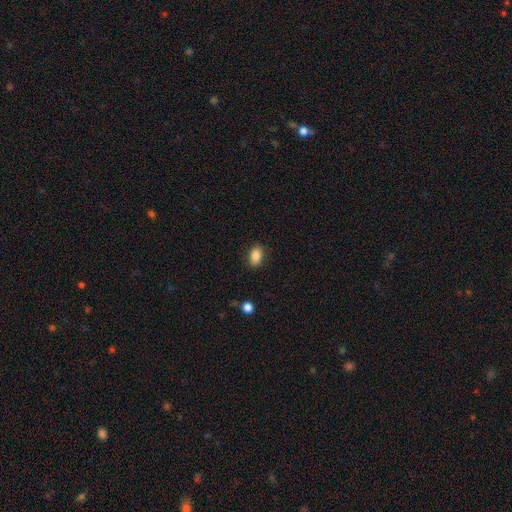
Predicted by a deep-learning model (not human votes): Smooth or featured? Predicted: smooth (p=0.86). How rounded? Predicted: in between (p=0.83). Merging? Predicted: none (p=0.85).